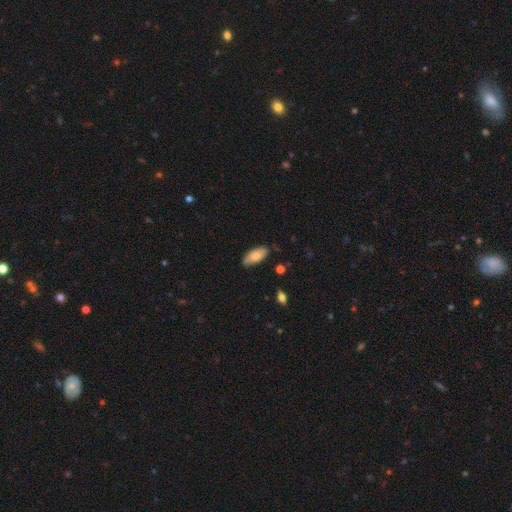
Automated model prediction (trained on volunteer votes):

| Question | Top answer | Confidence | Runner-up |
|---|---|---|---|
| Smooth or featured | smooth | 76% | featured or disk (18%) |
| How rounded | in between | 87% | cigar-shaped (11%) |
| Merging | none | 74% | minor disturbance (21%) |